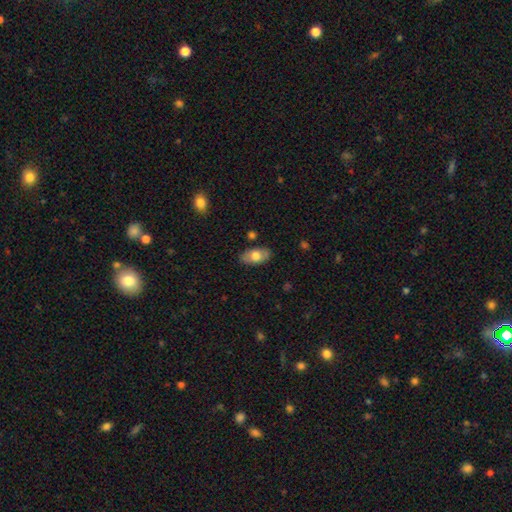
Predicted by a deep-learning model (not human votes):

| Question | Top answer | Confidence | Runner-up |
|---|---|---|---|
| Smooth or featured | smooth | 69% | featured or disk (24%) |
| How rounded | in between | 92% | round (4%) |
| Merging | none | 83% | minor disturbance (12%) |